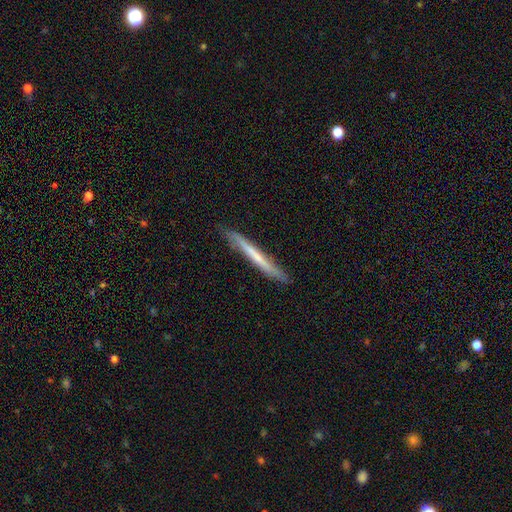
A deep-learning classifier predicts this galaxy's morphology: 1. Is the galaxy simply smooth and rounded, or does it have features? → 49% smooth, 45% featured or disk, 6% star or artifact.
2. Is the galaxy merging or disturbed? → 85% none, 11% minor disturbance, 2% major disturbance, 1% merger.